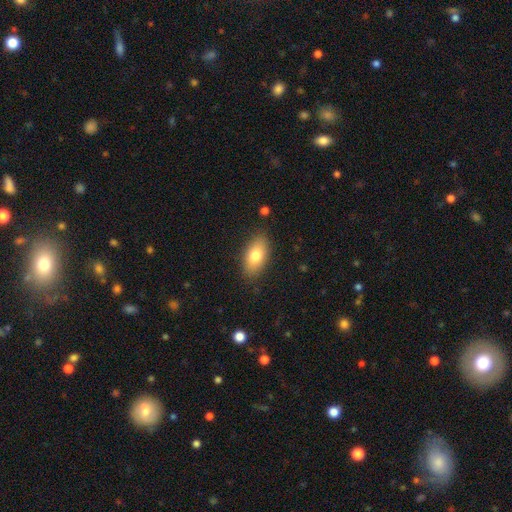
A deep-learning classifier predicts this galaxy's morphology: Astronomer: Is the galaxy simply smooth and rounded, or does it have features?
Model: smooth — 77%.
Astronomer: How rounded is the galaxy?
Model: in between — 90%.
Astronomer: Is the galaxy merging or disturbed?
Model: none — 85%.